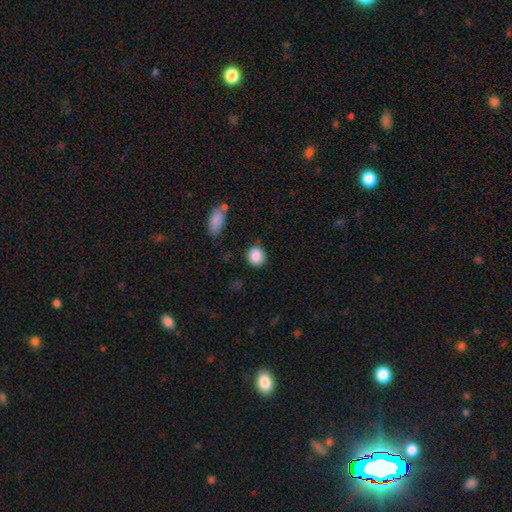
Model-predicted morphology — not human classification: smooth-or-featured: smooth: 88% | star or artifact: 8% | featured or disk: 4%
  how-rounded: round: 77% | in between: 22% | cigar-shaped: 1%
  merging: none: 81% | minor disturbance: 13% | major disturbance: 4% | merger: 2%